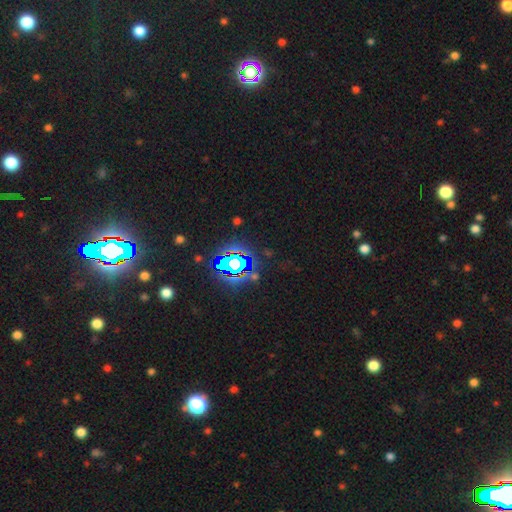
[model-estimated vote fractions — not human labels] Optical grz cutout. It shows a star or artifact, not a galaxy (83%).